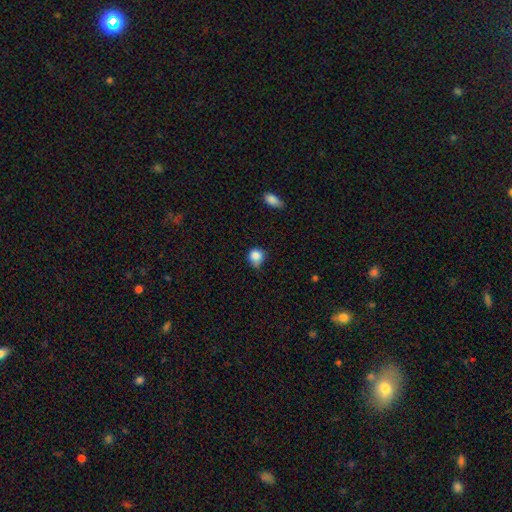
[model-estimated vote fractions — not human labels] smooth-or-featured: smooth: 84% | star or artifact: 10% | featured or disk: 6%
  how-rounded: round: 76% | in between: 22% | cigar-shaped: 1%
  merging: none: 48% | minor disturbance: 40% | major disturbance: 9% | merger: 3%